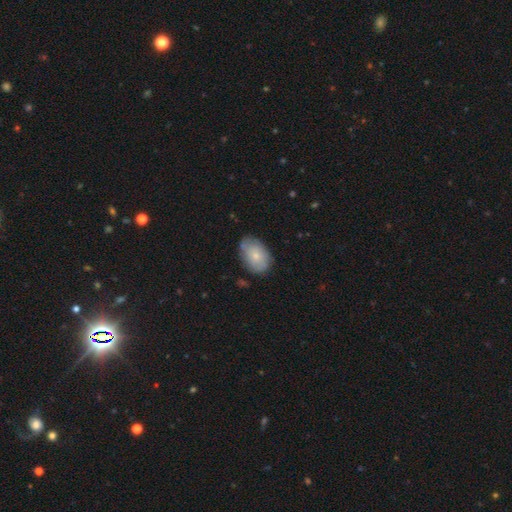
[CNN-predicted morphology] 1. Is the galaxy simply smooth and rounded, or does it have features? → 66% smooth, 27% featured or disk, 6% star or artifact.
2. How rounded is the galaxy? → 85% in between, 13% round, 1% cigar-shaped.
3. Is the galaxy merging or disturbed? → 72% none, 22% minor disturbance, 5% major disturbance, 2% merger.